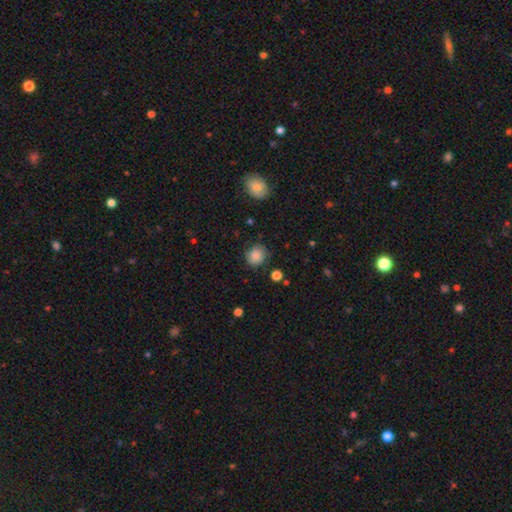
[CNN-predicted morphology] Q: Smooth or featured?
A: smooth (83%); runner-up: star or artifact (9%)
Q: How rounded?
A: round (80%); runner-up: in between (19%)
Q: Merging?
A: none (78%); runner-up: minor disturbance (16%)